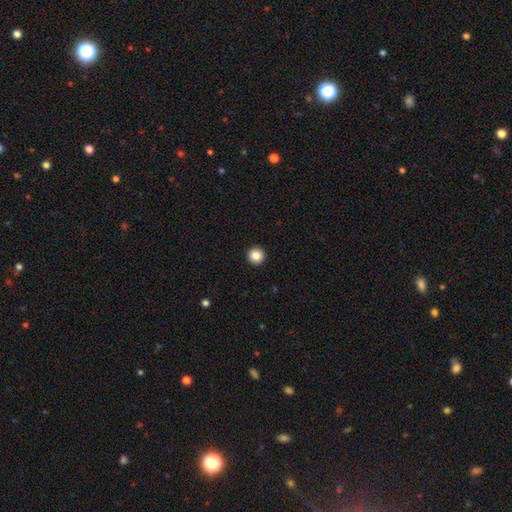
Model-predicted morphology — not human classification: Smooth or featured? Predicted: smooth (p=0.86). How rounded? Predicted: round (p=0.97). Merging? Predicted: none (p=0.94).